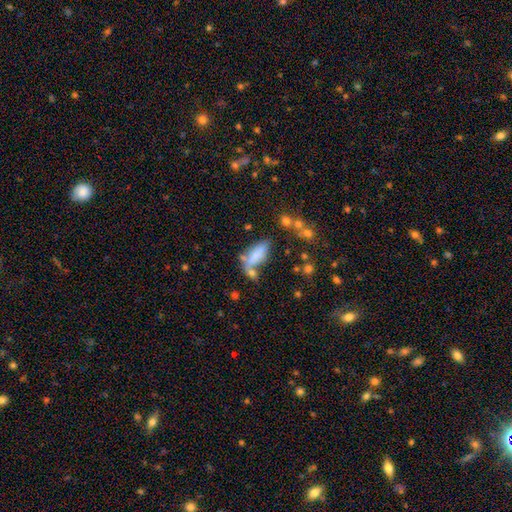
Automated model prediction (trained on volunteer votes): This is likely a smooth galaxy (69%). How rounded: likely in between (72%). Merging: marginally none (33%).